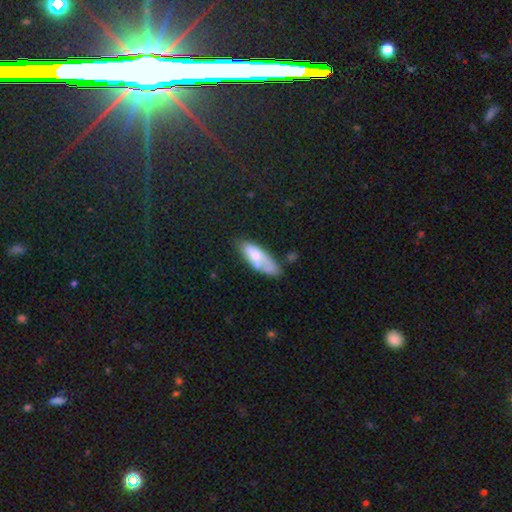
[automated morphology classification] This appears to be a smooth galaxy with no disk features (60%) that is in between round and cigar-shaped (71%). Merging: none (43%).